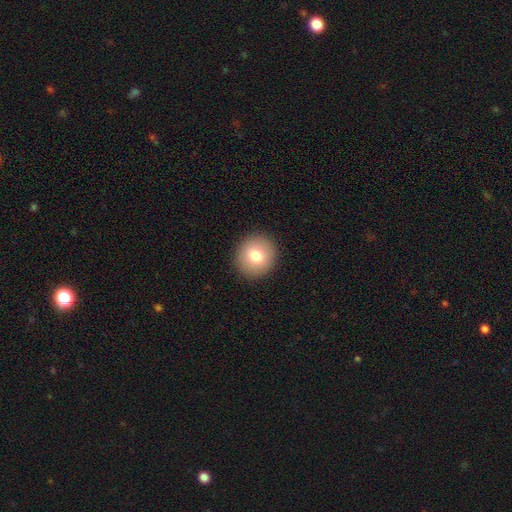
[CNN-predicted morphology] Overall: smooth (76%). How rounded: round (89%). Merging: none (92%).